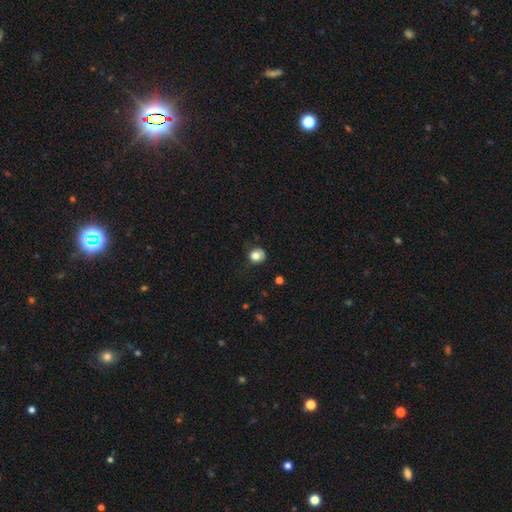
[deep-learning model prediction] Smooth or featured?
  - smooth: 80% *
  - star or artifact: 11%
  - featured or disk: 9%
How rounded?
  - round: 76% *
  - in between: 23%
  - cigar-shaped: 1%
Merging?
  - none: 63% *
  - minor disturbance: 27%
  - major disturbance: 8%
  - merger: 2%